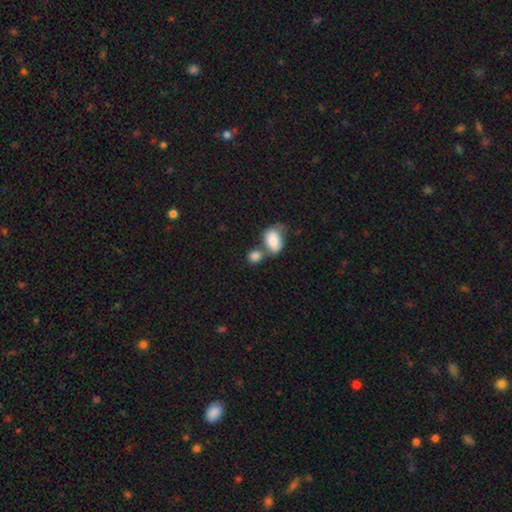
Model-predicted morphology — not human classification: A smooth galaxy with no disk features (83%) that is in between round and cigar-shaped (51%). Merging: merger (44%).